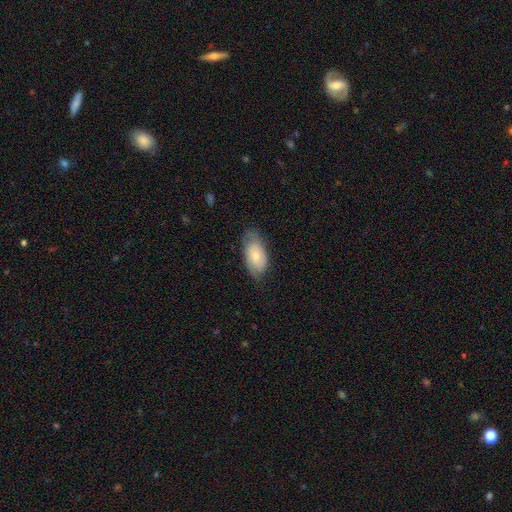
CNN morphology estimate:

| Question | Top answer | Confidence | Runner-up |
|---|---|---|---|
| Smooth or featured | smooth | 61% | featured or disk (33%) |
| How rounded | in between | 93% | round (4%) |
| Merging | none | 65% | minor disturbance (27%) |